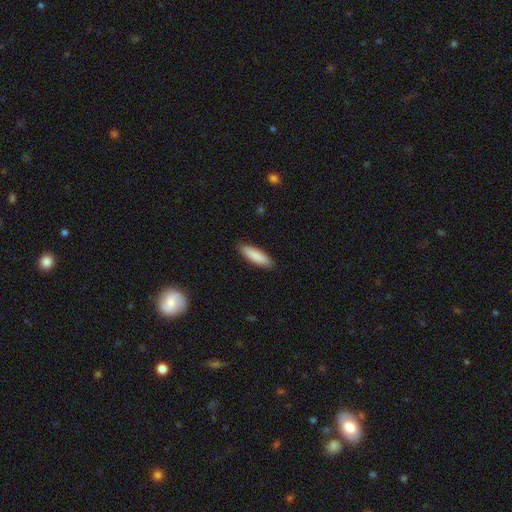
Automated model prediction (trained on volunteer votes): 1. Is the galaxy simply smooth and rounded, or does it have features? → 88% smooth, 6% featured or disk, 5% star or artifact.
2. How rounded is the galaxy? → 58% cigar-shaped, 41% in between, 1% round.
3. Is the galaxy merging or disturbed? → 89% none, 8% minor disturbance, 2% major disturbance, 1% merger.